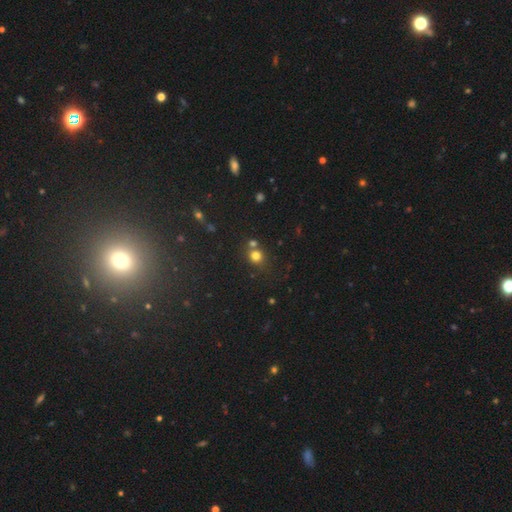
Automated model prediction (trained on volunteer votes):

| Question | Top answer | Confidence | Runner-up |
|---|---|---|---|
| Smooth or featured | smooth | 74% | star or artifact (18%) |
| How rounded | round | 83% | in between (16%) |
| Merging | none | 64% | merger (22%) |